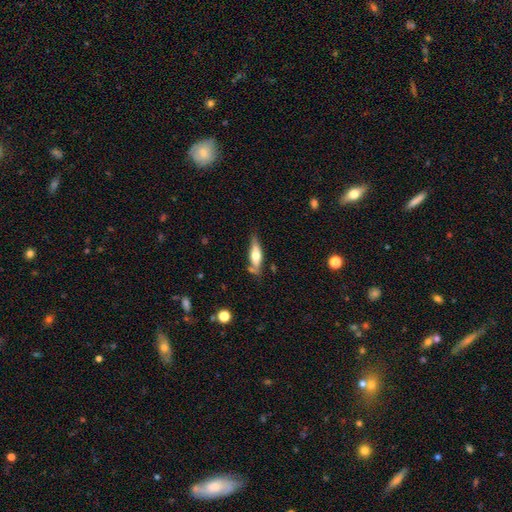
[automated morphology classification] type=smooth (49%); merging=none (64%).